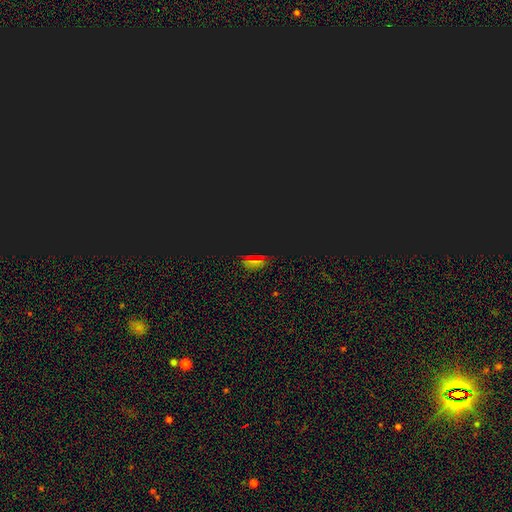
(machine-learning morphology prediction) smooth-or-featured: star or artifact: 62% | smooth: 30% | featured or disk: 8%